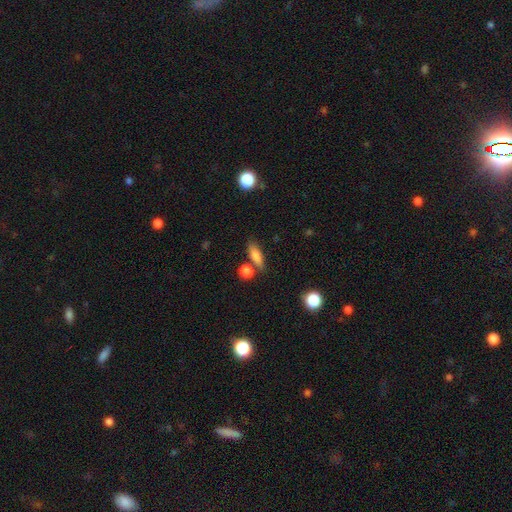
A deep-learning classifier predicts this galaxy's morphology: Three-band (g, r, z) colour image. It shows a smooth galaxy with no disk features (79%) that is in between round and cigar-shaped (60%). Merging: none (71%).